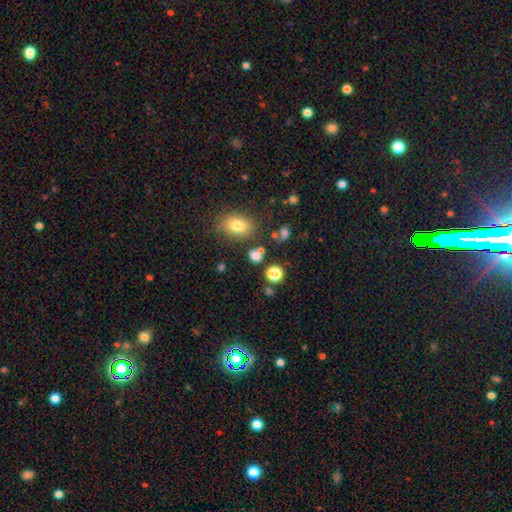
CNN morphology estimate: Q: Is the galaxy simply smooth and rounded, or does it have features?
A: smooth — 72%.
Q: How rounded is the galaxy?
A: round — 65%.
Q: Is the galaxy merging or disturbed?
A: none — 67%.